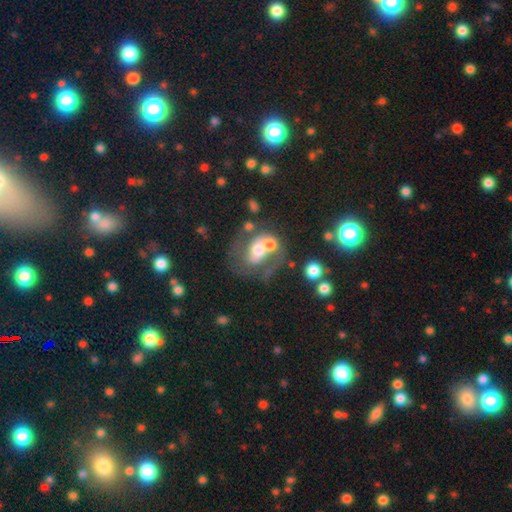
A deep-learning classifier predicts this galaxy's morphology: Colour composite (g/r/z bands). It shows a featured or disk galaxy (58%) with no bar (66%), spiral arms (60%) and a moderate central bulge (57%). Merging: merger (44%).